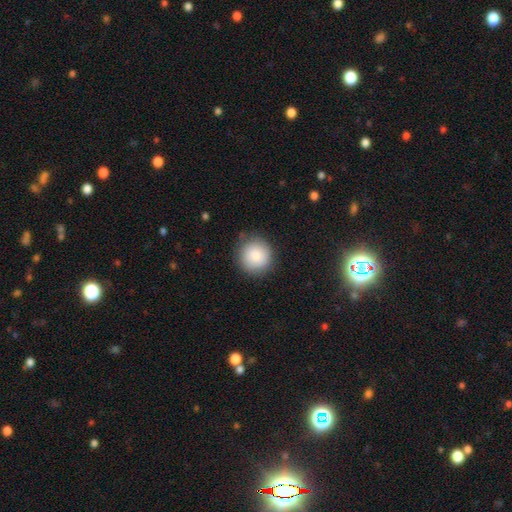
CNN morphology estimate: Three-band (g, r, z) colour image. It shows a smooth galaxy with no disk features (84%) that is round (93%). Merging: none (86%).